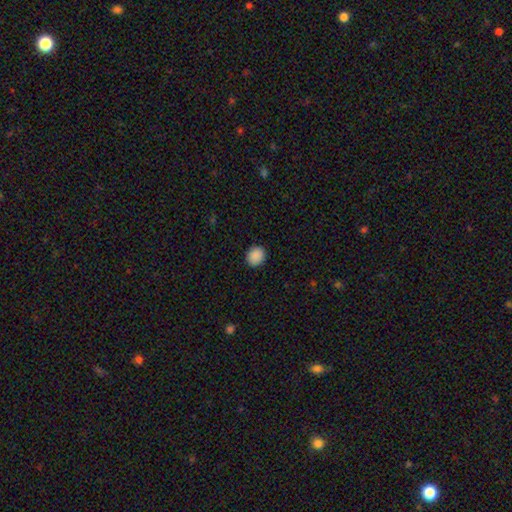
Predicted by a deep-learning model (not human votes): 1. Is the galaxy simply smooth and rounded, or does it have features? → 89% smooth, 8% star or artifact, 2% featured or disk.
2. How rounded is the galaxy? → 67% round, 32% in between, 1% cigar-shaped.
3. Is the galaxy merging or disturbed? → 90% none, 7% minor disturbance, 2% major disturbance, 1% merger.